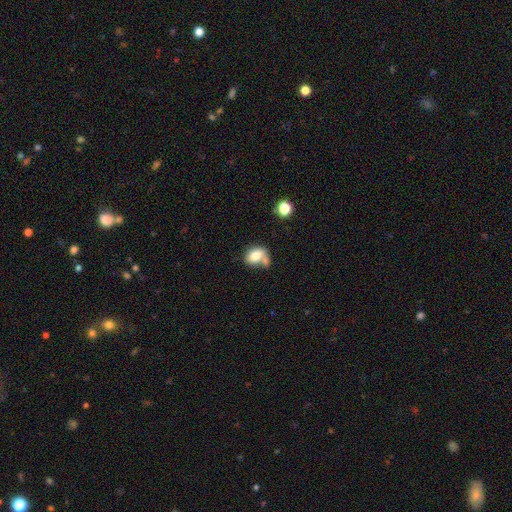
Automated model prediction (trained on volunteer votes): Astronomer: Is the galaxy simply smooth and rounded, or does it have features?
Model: smooth — 75%.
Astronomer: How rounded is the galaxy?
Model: in between — 64%.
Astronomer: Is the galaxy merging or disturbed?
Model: none — 38% (runner-up: merger, 31%).